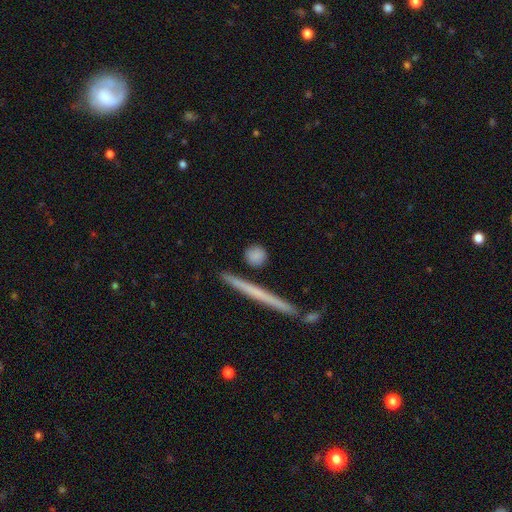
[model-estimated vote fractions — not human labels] smooth 82%, featured or disk 11%, star or artifact 7%. Down the decision tree: how rounded — round (79%); merging — none (86%).